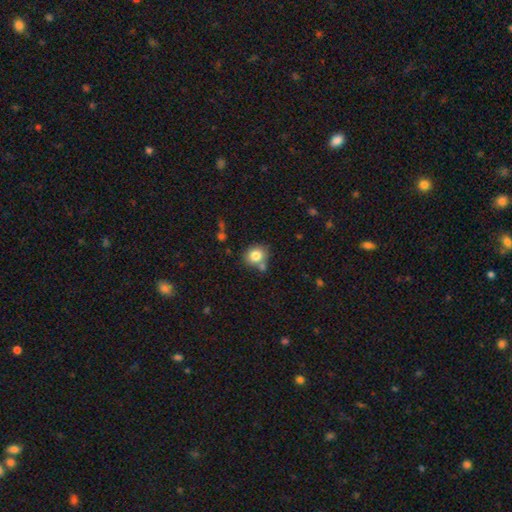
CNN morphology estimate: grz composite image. It shows a smooth galaxy with no disk features (80%) that is round (77%). Merging: none (67%).